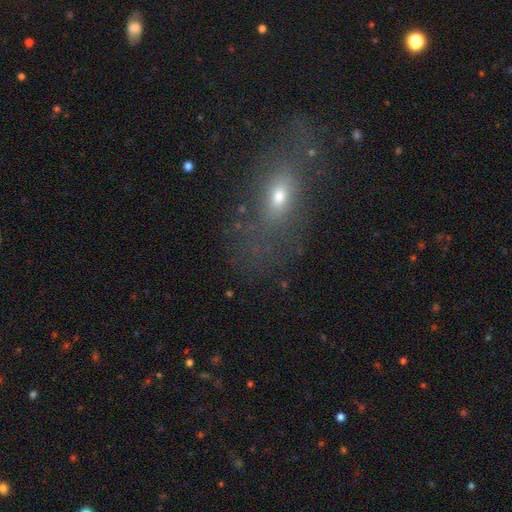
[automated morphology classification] Smooth or featured?
  - smooth: 49% *
  - featured or disk: 28%
  - star or artifact: 23%
Merging?
  - none: 66% *
  - minor disturbance: 18%
  - major disturbance: 13%
  - merger: 3%